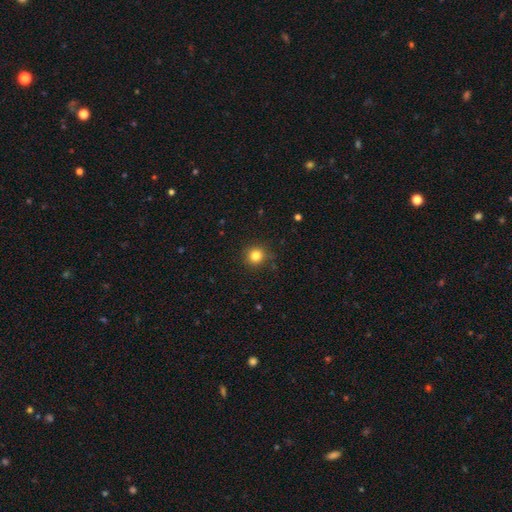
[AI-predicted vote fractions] Smooth or featured?
  - smooth: 82% *
  - star or artifact: 13%
  - featured or disk: 5%
How rounded?
  - round: 92% *
  - in between: 7%
  - cigar-shaped: 1%
Merging?
  - none: 87% *
  - minor disturbance: 9%
  - major disturbance: 3%
  - merger: 1%